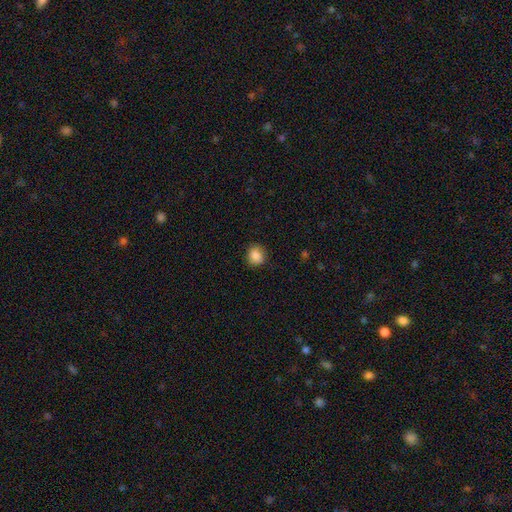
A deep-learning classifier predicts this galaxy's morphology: Smooth or featured?
  - smooth: 87% *
  - star or artifact: 9%
  - featured or disk: 4%
How rounded?
  - round: 78% *
  - in between: 21%
  - cigar-shaped: 1%
Merging?
  - none: 87% *
  - minor disturbance: 9%
  - major disturbance: 2%
  - merger: 1%